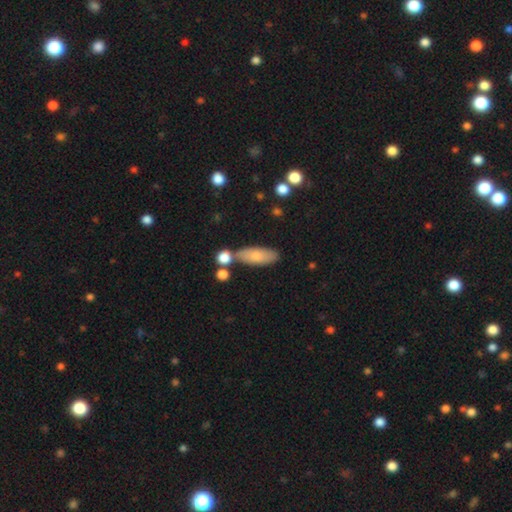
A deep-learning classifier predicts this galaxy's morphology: smooth-or-featured: smooth: 74% | featured or disk: 20% | star or artifact: 7%
  how-rounded: in between: 71% | cigar-shaped: 26% | round: 3%
  merging: none: 69% | minor disturbance: 15% | merger: 12% | major disturbance: 4%